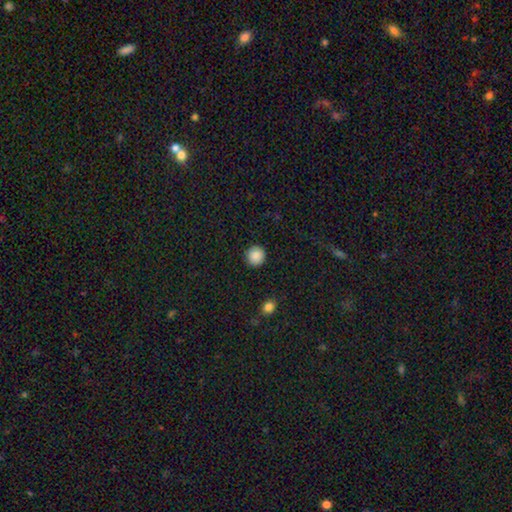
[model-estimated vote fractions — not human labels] The model was most divided on "smooth or featured": smooth: 89%, star or artifact: 8%, featured or disk: 3%. More confident: how rounded — round (93%); merging — none (92%).